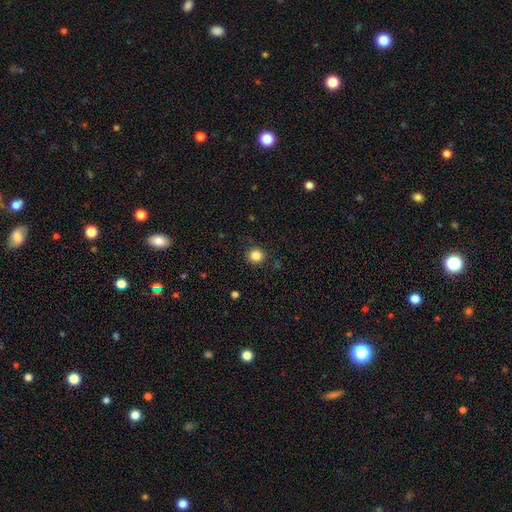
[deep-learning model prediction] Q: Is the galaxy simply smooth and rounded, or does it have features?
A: smooth — 84%.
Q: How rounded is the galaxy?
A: round — 90%.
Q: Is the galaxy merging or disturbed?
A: none — 90%.